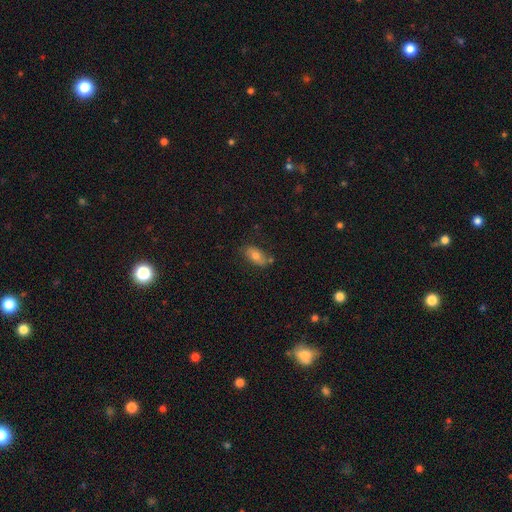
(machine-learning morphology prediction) type=smooth (69%); roundness=in between (88%); merging=none (66%).